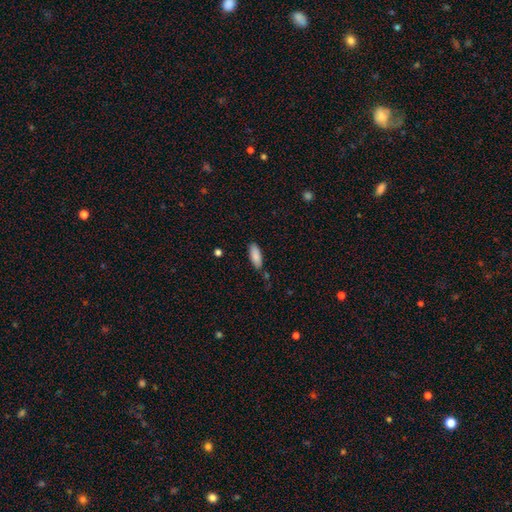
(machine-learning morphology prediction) Q: Smooth or featured?
A: smooth (88%); runner-up: star or artifact (6%)
Q: How rounded?
A: in between (76%); runner-up: cigar-shaped (23%)
Q: Merging?
A: none (78%); runner-up: minor disturbance (16%)